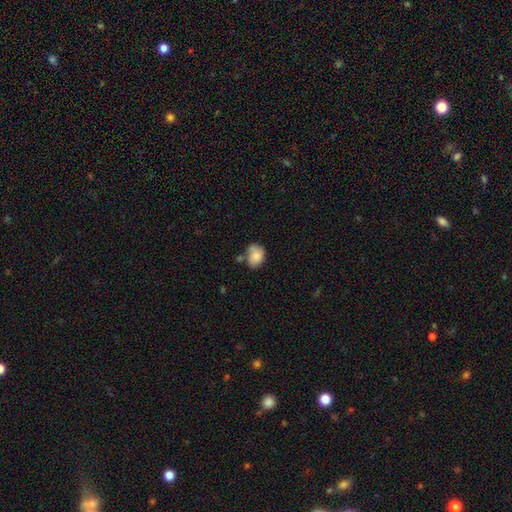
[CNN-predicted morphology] This is clearly a smooth galaxy (83%). How rounded: likely in between (66%). Merging: possibly none (53%).